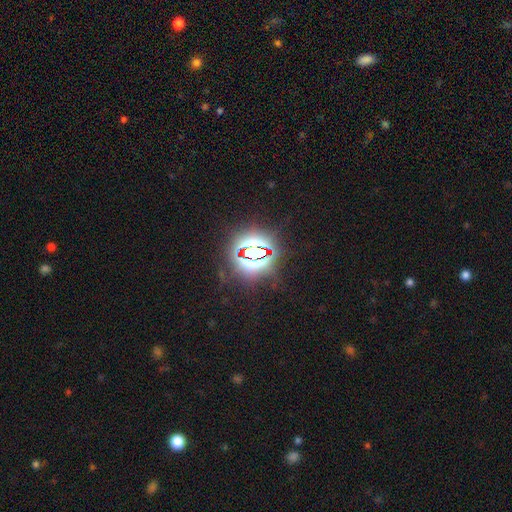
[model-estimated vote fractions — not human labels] smooth-or-featured: star or artifact: 79% | smooth: 12% | featured or disk: 9%